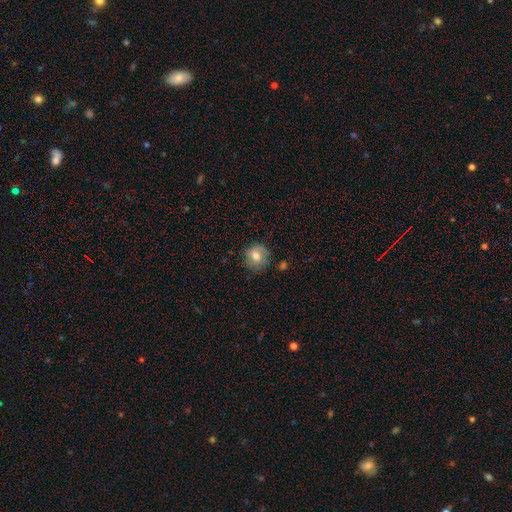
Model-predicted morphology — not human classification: A smooth galaxy with no disk features (69%) that is round (86%).

Vote fractions:
- Smooth or featured? smooth: 69% / featured or disk: 21% / star or artifact: 9%
- How rounded? round: 86% / in between: 13% / cigar-shaped: 1%
- Merging? none: 72% / minor disturbance: 19% / major disturbance: 6% / merger: 3%